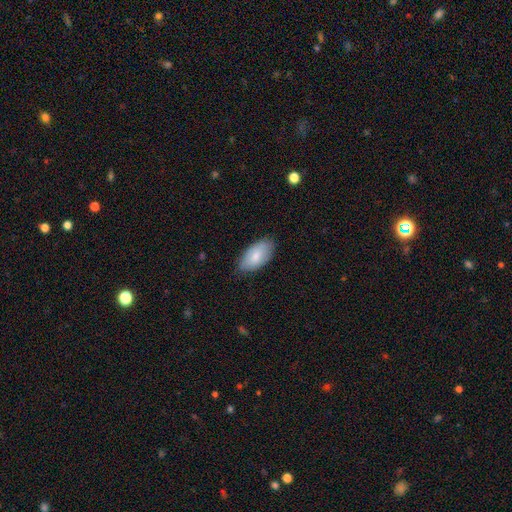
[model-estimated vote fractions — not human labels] A smooth galaxy with no disk features (80%) that is in between round and cigar-shaped (95%).

Vote fractions:
- Smooth or featured? smooth: 80% / featured or disk: 14% / star or artifact: 6%
- How rounded? in between: 95% / cigar-shaped: 3% / round: 2%
- Merging? none: 79% / minor disturbance: 17% / major disturbance: 3% / merger: 1%